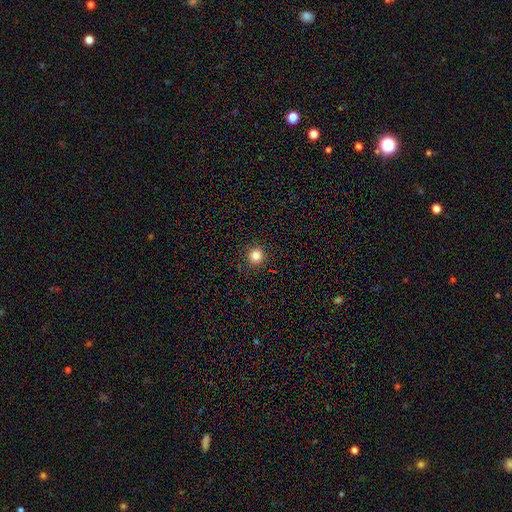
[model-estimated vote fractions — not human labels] Smooth or featured? smooth (83%)
How rounded? round (94%)
Merging? none (92%)